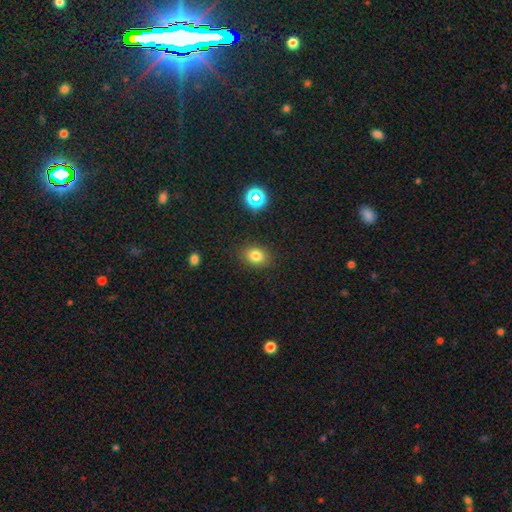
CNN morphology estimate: A smooth galaxy with no disk features (79%) that is in between round and cigar-shaped (59%). Merging: none (85%).